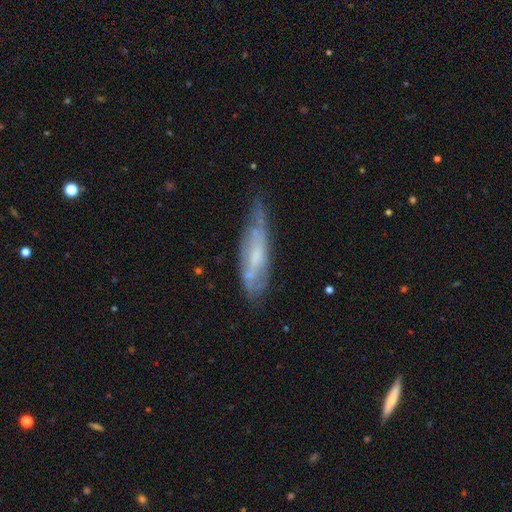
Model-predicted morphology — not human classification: This appears to be a featured or disk galaxy (57%). Merging: none (47%).